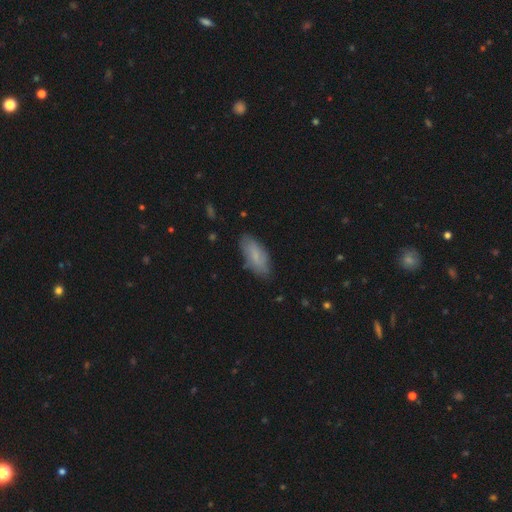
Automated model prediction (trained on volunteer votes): This is likely a smooth galaxy (73%). How rounded: likely in between (79%). Merging: likely none (79%).